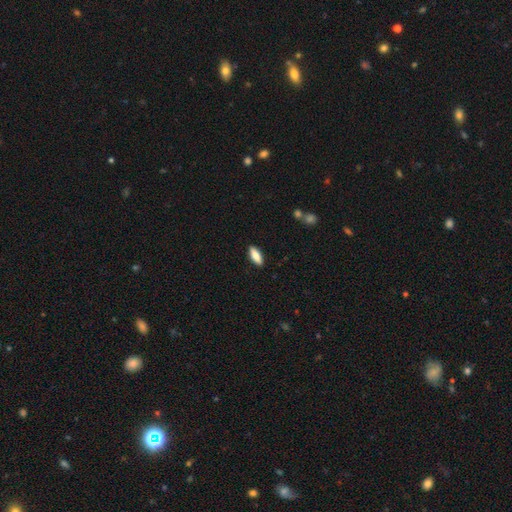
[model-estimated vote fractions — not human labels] Overall: smooth (78%). How rounded: in between (66%; cigar-shaped 32%). Merging: none (90%).